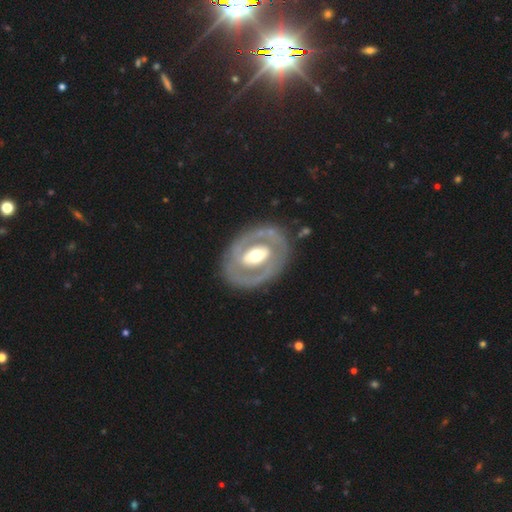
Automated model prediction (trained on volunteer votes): Smooth or featured? Predicted: featured or disk (p=0.72). Edge-on disk? Predicted: no (p=0.94). Bar? Predicted: strong (p=0.36). Spiral arms? Predicted: no (p=0.69). Bulge size? Predicted: moderate (p=0.63). Merging? Predicted: none (p=0.79).